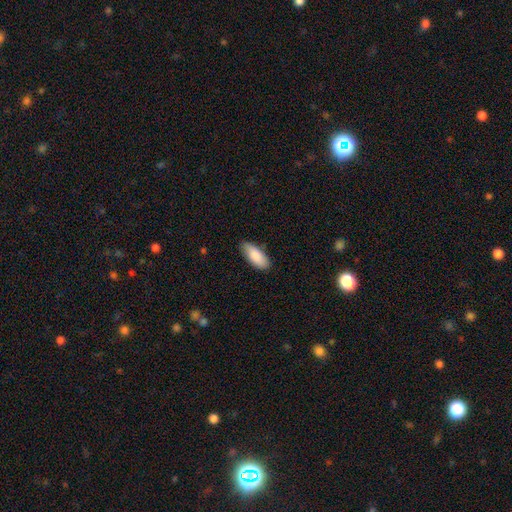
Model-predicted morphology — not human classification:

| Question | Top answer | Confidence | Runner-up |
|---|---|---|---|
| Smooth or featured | smooth | 88% | featured or disk (6%) |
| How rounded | in between | 84% | cigar-shaped (14%) |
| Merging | none | 81% | minor disturbance (15%) |